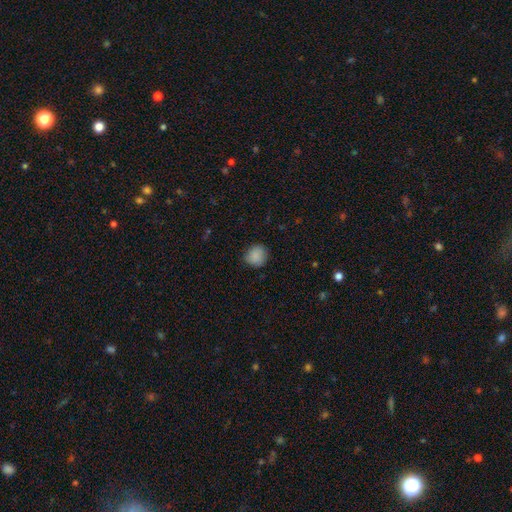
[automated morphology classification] Smooth or featured? smooth (87%)
How rounded? round (83%)
Merging? none (81%)